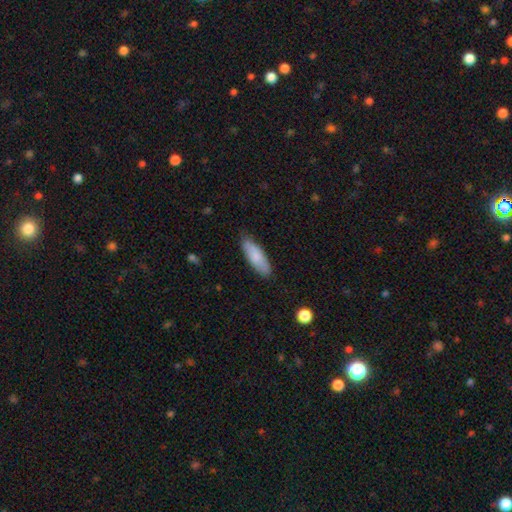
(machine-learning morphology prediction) smooth_or_featured: smooth (p=0.81) [alt: featured or disk p=0.13]
how_rounded: in between (p=0.60) [alt: cigar-shaped p=0.39]
merging: none (p=0.81) [alt: minor disturbance p=0.16]